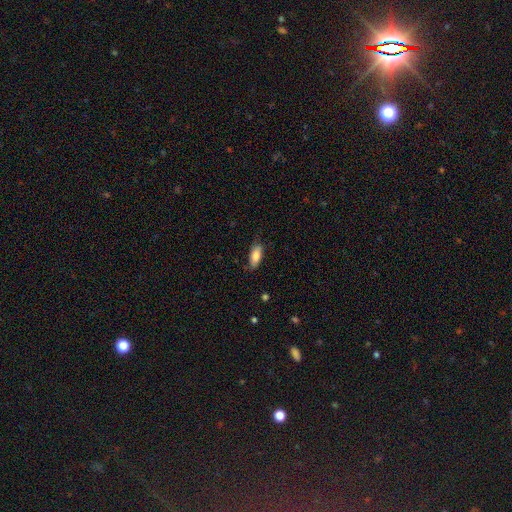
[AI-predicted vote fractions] A smooth galaxy with no disk features (82%) that is in between round and cigar-shaped (79%).

Vote fractions:
- Smooth or featured? smooth: 82% / featured or disk: 11% / star or artifact: 6%
- How rounded? in between: 79% / cigar-shaped: 19% / round: 2%
- Merging? none: 78% / minor disturbance: 18% / major disturbance: 3% / merger: 1%